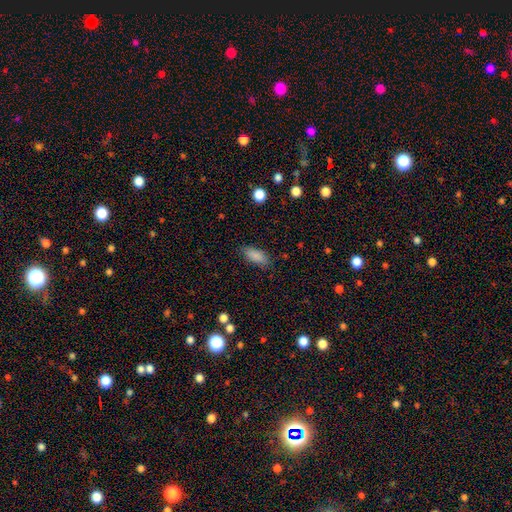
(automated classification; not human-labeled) smooth-or-featured: smooth: 86% | star or artifact: 8% | featured or disk: 6%
  how-rounded: in between: 83% | cigar-shaped: 15% | round: 3%
  merging: none: 79% | minor disturbance: 16% | major disturbance: 4% | merger: 1%